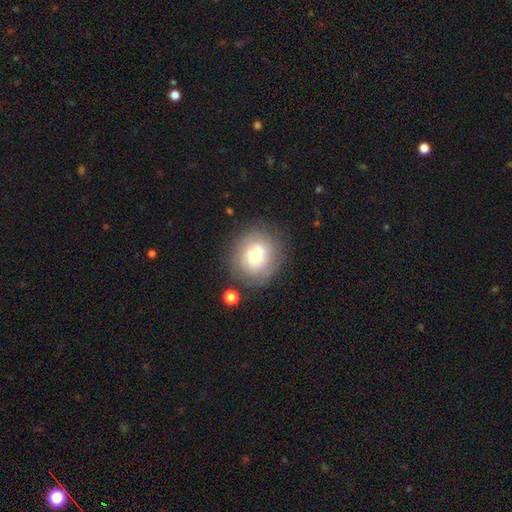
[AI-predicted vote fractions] Smooth or featured: smooth — 61% (featured or disk — 29%)
How rounded: round — 73% (in between — 26%)
Merging: none — 70% (minor disturbance — 17%)